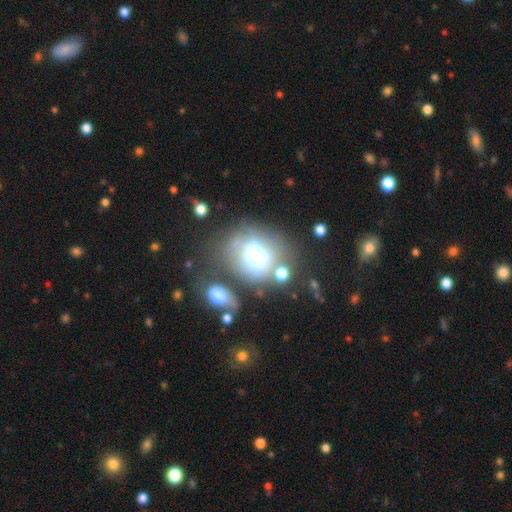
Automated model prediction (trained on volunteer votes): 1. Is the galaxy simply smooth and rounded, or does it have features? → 57% smooth, 28% featured or disk, 15% star or artifact.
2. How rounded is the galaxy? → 66% round, 33% in between, 1% cigar-shaped.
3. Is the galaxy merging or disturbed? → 49% none, 20% merger, 17% minor disturbance, 14% major disturbance.